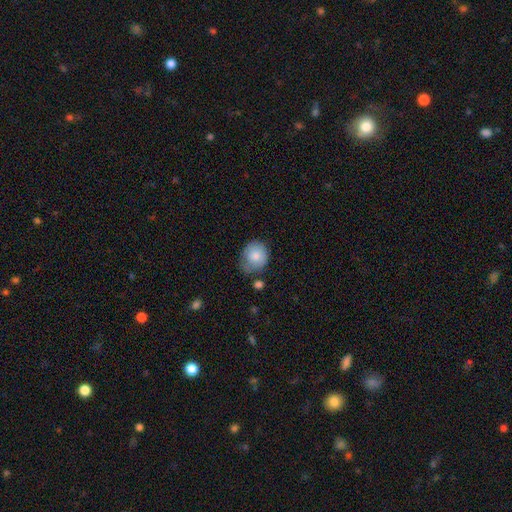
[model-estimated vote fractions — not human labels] smooth-or-featured: smooth: 80% | featured or disk: 13% | star or artifact: 7%
  how-rounded: round: 69% | in between: 30% | cigar-shaped: 1%
  merging: none: 54% | minor disturbance: 32% | major disturbance: 9% | merger: 5%